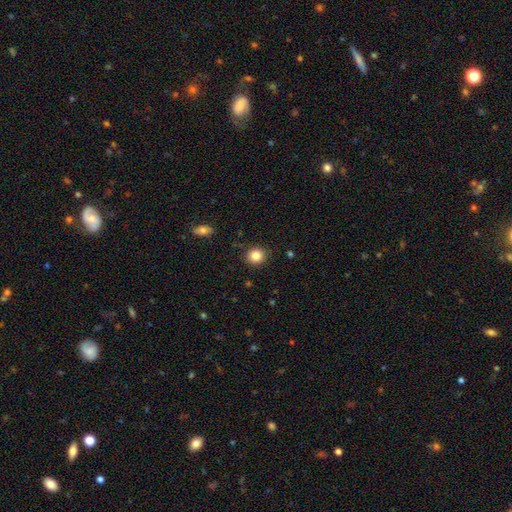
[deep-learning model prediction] Overall: smooth (85%). How rounded: round (86%). Merging: none (89%).